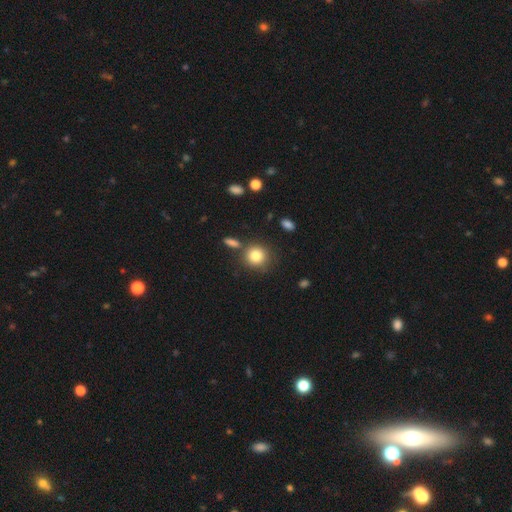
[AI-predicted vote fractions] This is clearly a smooth galaxy (82%). How rounded: clearly round (88%). Merging: likely none (77%).